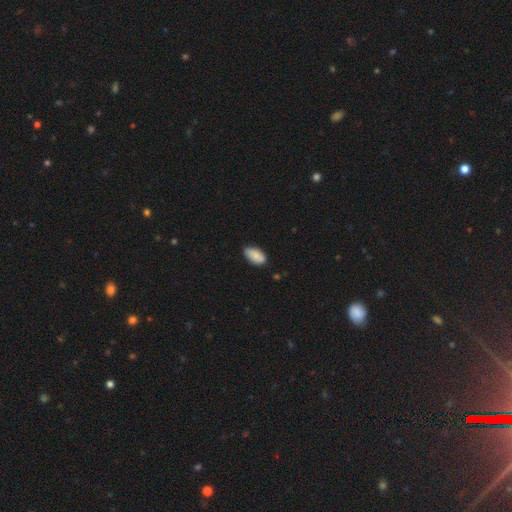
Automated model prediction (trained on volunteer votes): The model was most divided on "merging": none: 80%, minor disturbance: 17%, major disturbance: 2%, merger: 1%. More confident: how rounded — in between (94%); smooth or featured — smooth (85%).